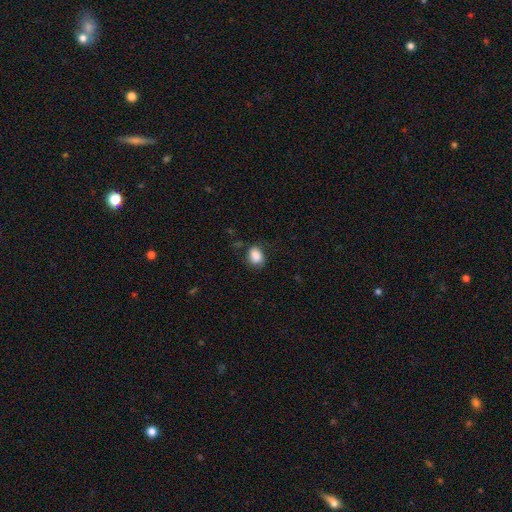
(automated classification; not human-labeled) A smooth galaxy with no disk features (86%) that is in between round and cigar-shaped (72%). Merging: none (67%).